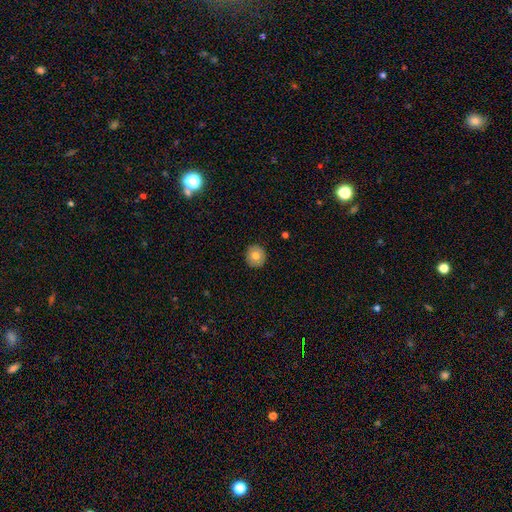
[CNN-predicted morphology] smooth-or-featured: smooth: 76% | featured or disk: 16% | star or artifact: 8%
  how-rounded: round: 92% | in between: 8% | cigar-shaped: 1%
  merging: none: 91% | minor disturbance: 7% | major disturbance: 2% | merger: 1%